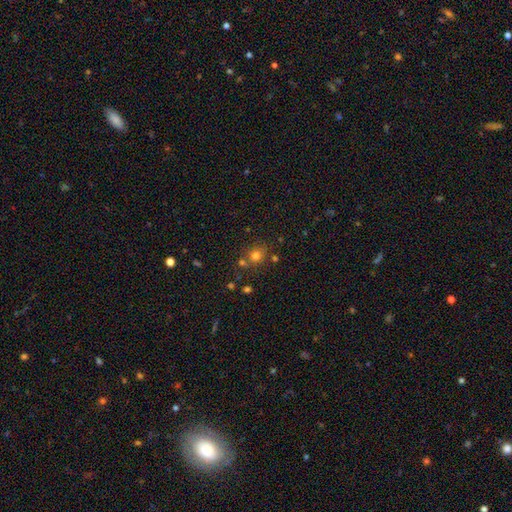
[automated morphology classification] Q: Smooth or featured?
A: smooth (73%); runner-up: star or artifact (18%)
Q: How rounded?
A: round (79%); runner-up: in between (20%)
Q: Merging?
A: none (66%); runner-up: merger (19%)